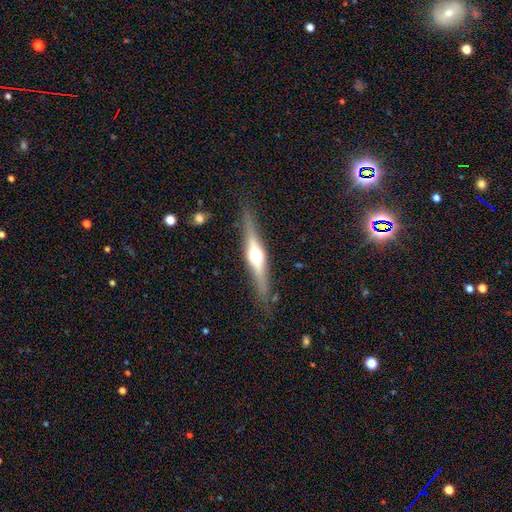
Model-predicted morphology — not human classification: Smooth or featured: featured or disk — 73% (smooth — 22%)
Edge-on disk: yes — 97% (no — 3%)
Edge-on bulge: rounded — 93% (boxy — 5%)
Merging: none — 86% (minor disturbance — 10%)